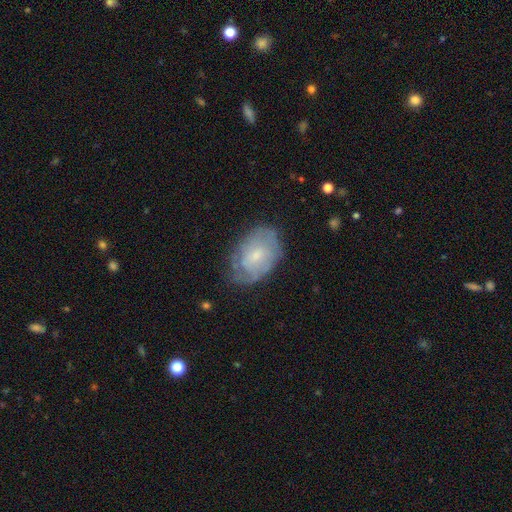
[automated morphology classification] Smooth or featured: featured or disk — 53% (smooth — 39%)
Edge-on disk: no — 95% (yes — 5%)
Bar: no — 60% (weak — 35%)
Spiral arms: yes — 68% (no — 32%)
Bulge size: small — 54% (moderate — 35%)
Merging: none — 66% (minor disturbance — 24%)